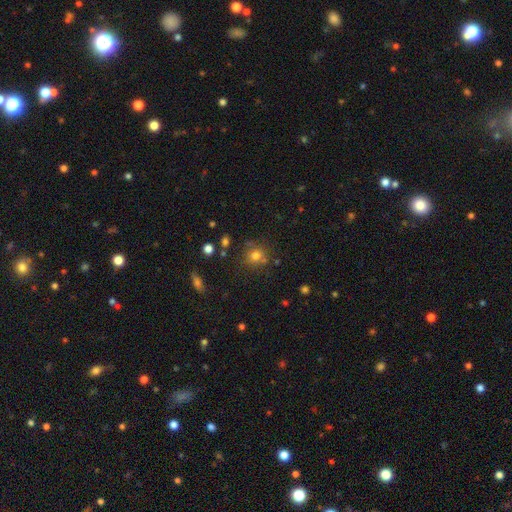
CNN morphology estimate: A smooth galaxy with no disk features (73%) that is round (83%). Merging: none (73%).